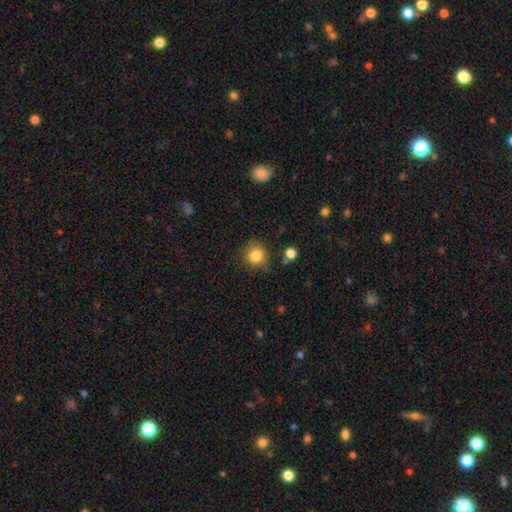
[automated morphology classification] Overall: smooth (84%). How rounded: round (84%). Merging: none (75%).